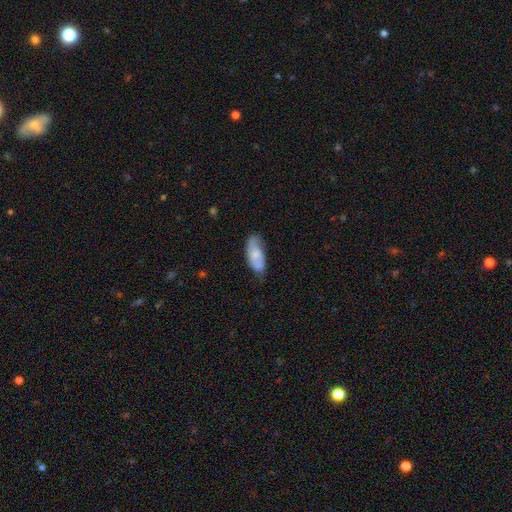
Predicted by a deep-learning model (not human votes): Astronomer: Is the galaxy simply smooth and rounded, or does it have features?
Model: smooth — 61%.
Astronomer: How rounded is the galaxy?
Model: in between — 86%.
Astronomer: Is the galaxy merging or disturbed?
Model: none — 56% (runner-up: minor disturbance, 33%).